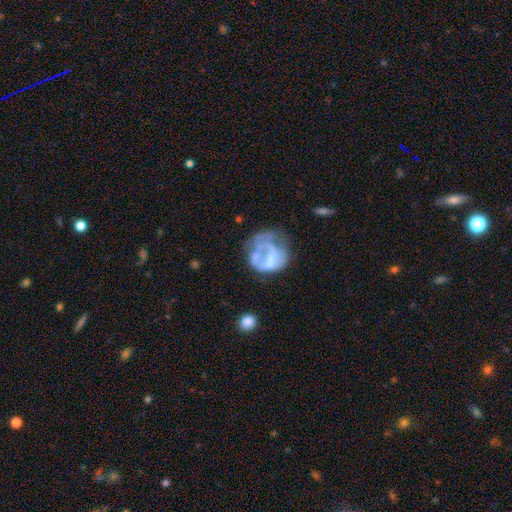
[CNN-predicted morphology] smooth_or_featured: featured or disk (p=0.54) [alt: smooth p=0.36]
disk_edge_on: no (p=0.98) [alt: yes p=0.02]
bar: no (p=0.71) [alt: weak p=0.21]
has_spiral_arms: no (p=0.80) [alt: yes p=0.20]
bulge_size: none (p=0.59) [alt: moderate p=0.19]
merging: major disturbance (p=0.37) [alt: none p=0.34]